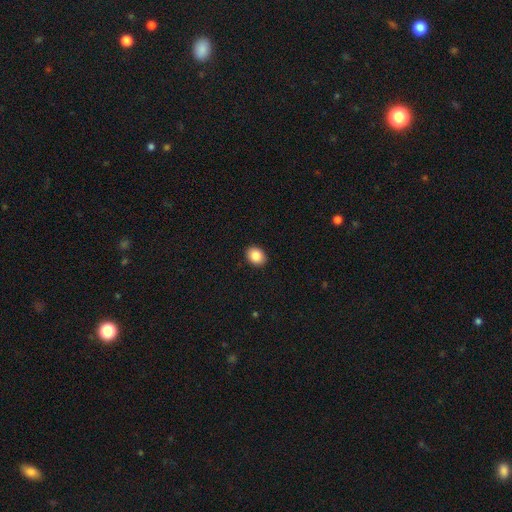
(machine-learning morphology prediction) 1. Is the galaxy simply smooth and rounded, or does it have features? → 86% smooth, 8% star or artifact, 5% featured or disk.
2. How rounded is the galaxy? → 58% in between, 42% round, 1% cigar-shaped.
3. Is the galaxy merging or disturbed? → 91% none, 6% minor disturbance, 2% major disturbance, 1% merger.